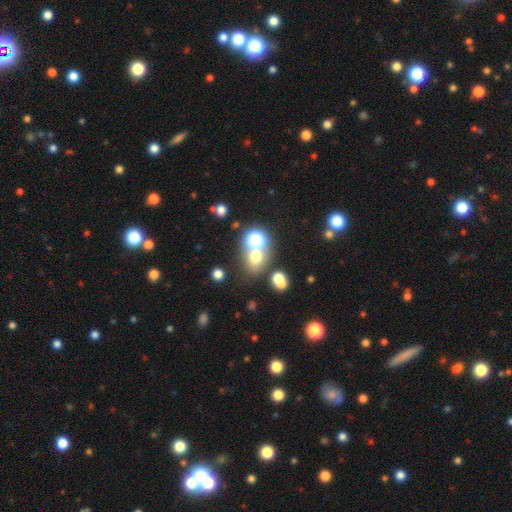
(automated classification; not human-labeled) This appears to be a smooth galaxy with no disk features (60%) that is round (64%). Merging: none (58%).